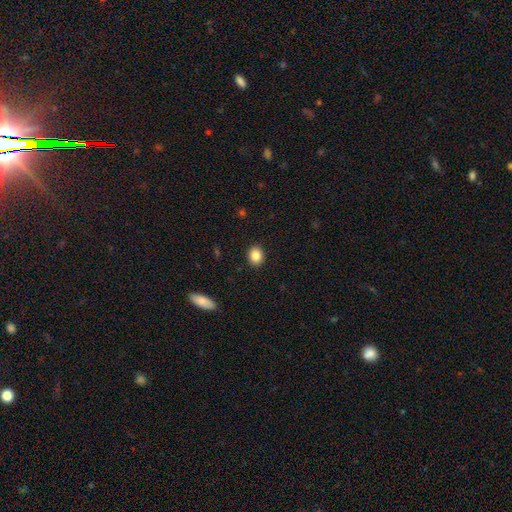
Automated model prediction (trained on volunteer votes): smooth_or_featured: smooth (p=0.86) [alt: star or artifact p=0.09]
how_rounded: round (p=0.55) [alt: in between p=0.44]
merging: none (p=0.91) [alt: minor disturbance p=0.06]